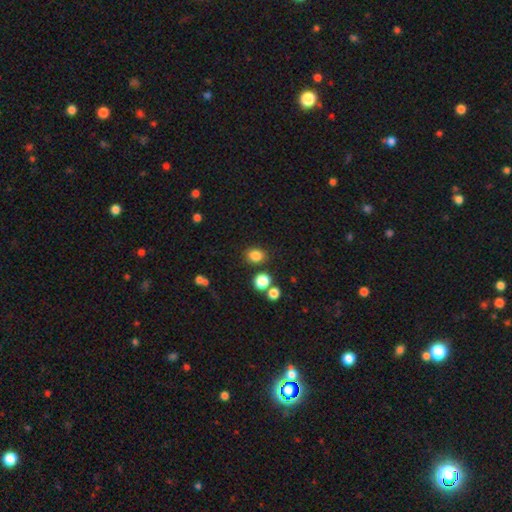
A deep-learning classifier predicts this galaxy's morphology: Smooth or featured?
  - smooth: 83% *
  - star or artifact: 12%
  - featured or disk: 5%
How rounded?
  - round: 62% *
  - in between: 37%
  - cigar-shaped: 1%
Merging?
  - none: 81% *
  - minor disturbance: 10%
  - merger: 6%
  - major disturbance: 3%